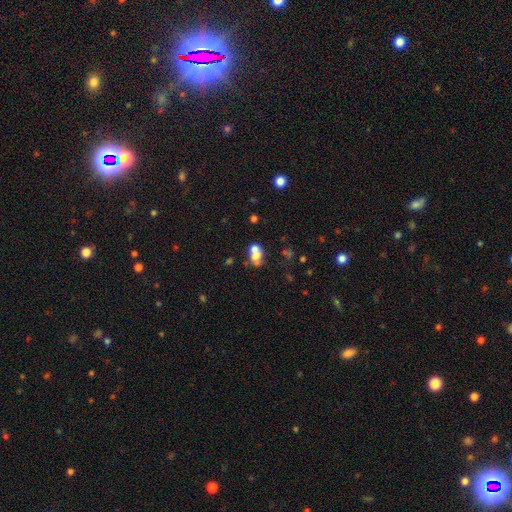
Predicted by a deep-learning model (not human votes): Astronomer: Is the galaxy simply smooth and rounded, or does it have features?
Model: smooth — 62%.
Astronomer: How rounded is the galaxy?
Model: in between — 53% (runner-up: round, 46%).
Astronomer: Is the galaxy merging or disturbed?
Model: merger — 60%.